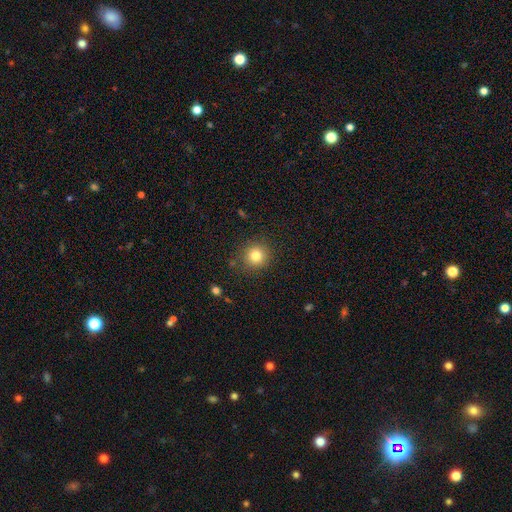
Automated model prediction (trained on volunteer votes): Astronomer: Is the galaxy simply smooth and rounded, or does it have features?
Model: smooth — 80%.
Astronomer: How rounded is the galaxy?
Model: round — 92%.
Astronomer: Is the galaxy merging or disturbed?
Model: none — 87%.